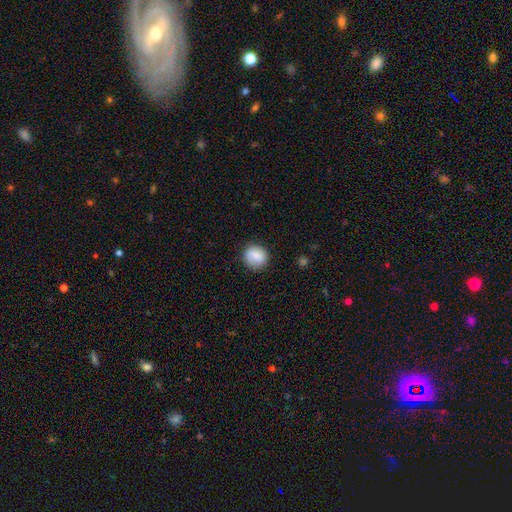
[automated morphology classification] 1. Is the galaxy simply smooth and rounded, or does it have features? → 85% smooth, 8% star or artifact, 7% featured or disk.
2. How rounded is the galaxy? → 82% round, 17% in between, 1% cigar-shaped.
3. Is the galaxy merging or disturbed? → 84% none, 12% minor disturbance, 3% major disturbance, 1% merger.